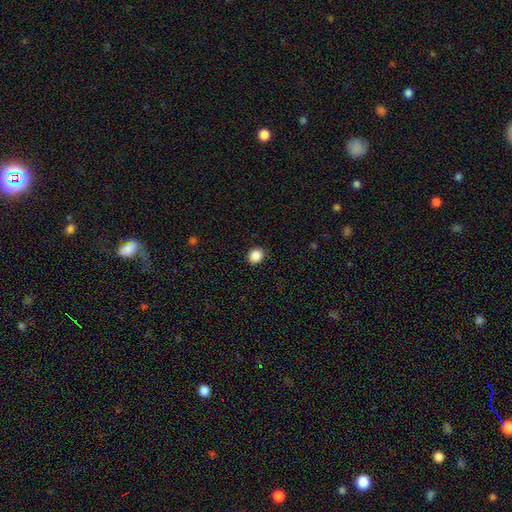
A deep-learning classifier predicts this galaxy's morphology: Smooth or featured: smooth — 87% (star or artifact — 10%)
How rounded: round — 76% (in between — 23%)
Merging: none — 89% (minor disturbance — 8%)